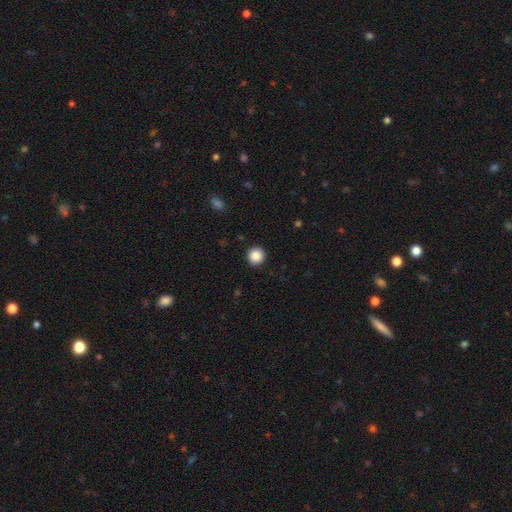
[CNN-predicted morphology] This appears to be a smooth galaxy with no disk features (88%) that is round (94%). Merging: none (92%).